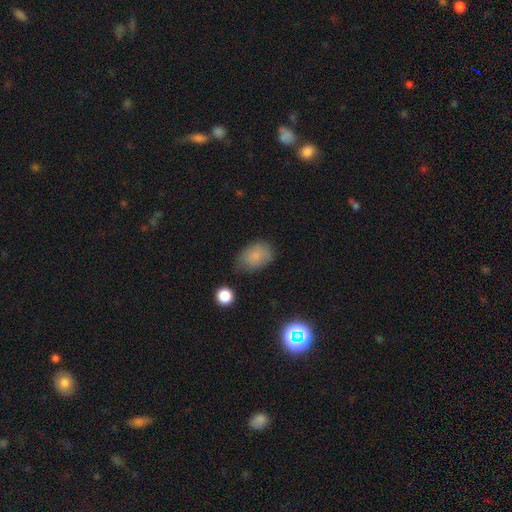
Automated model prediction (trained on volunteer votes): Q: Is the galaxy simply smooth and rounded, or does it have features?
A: smooth — 80%.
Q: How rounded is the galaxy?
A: in between — 82%.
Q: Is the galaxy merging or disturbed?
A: none — 66%.